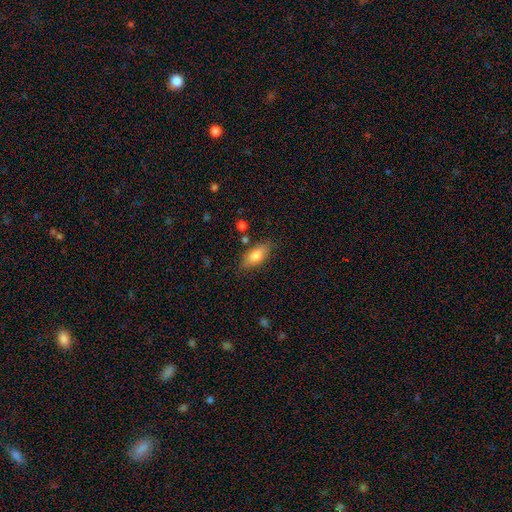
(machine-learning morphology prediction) This appears to be a smooth galaxy with no disk features (79%) that is in between round and cigar-shaped (83%). Merging: none (78%).